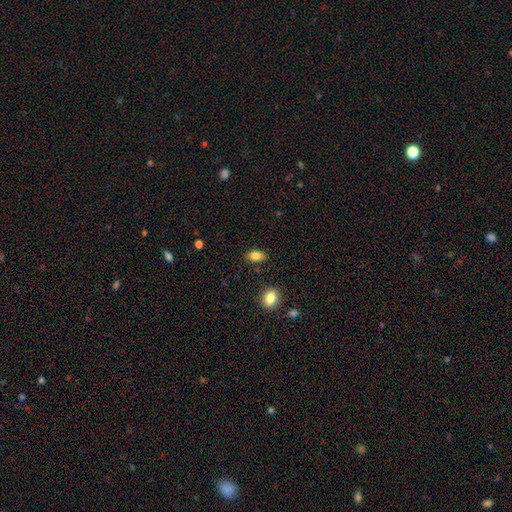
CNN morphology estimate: This is clearly a smooth galaxy (84%). How rounded: clearly in between (88%). Merging: clearly none (85%).